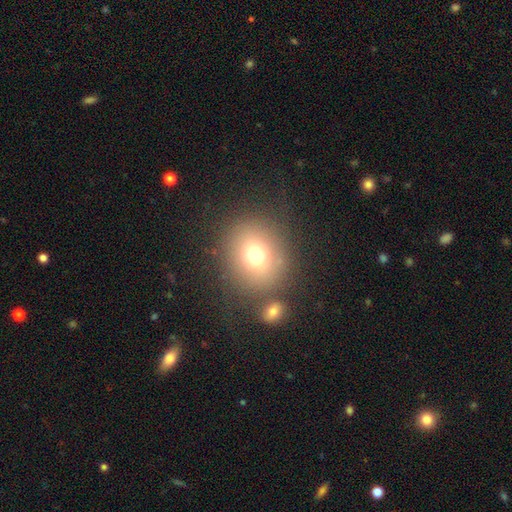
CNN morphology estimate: smooth_or_featured: smooth (p=0.73) [alt: star or artifact p=0.14]
how_rounded: round (p=0.76) [alt: in between p=0.23]
merging: none (p=0.74) [alt: merger p=0.10]